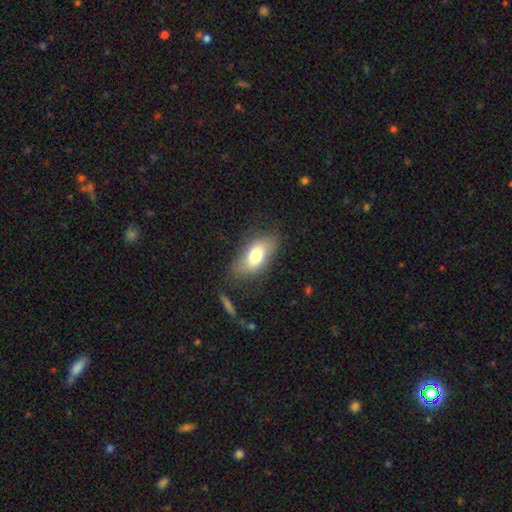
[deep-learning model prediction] smooth-or-featured: smooth: 74% | featured or disk: 19% | star or artifact: 7%
  how-rounded: in between: 87% | cigar-shaped: 8% | round: 4%
  merging: none: 73% | minor disturbance: 18% | major disturbance: 6% | merger: 3%